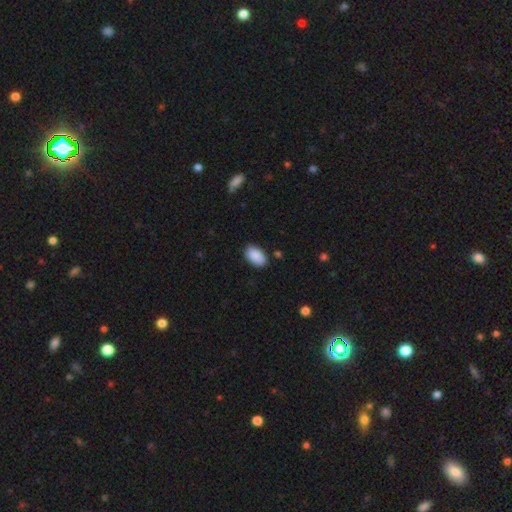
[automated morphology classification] Smooth or featured? smooth (90%)
How rounded? in between (94%)
Merging? none (86%)